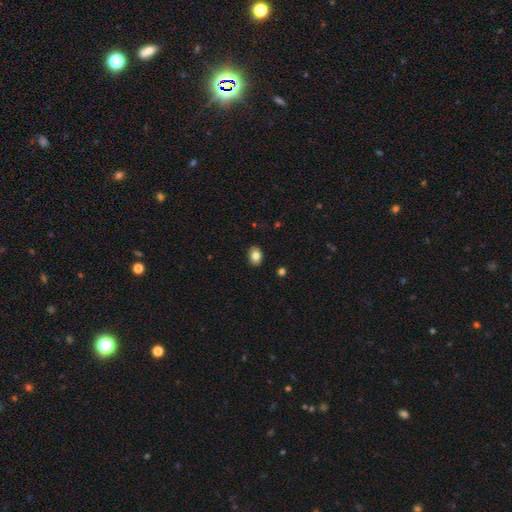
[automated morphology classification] smooth-or-featured: smooth: 82% | featured or disk: 9% | star or artifact: 9%
  how-rounded: in between: 69% | round: 30% | cigar-shaped: 1%
  merging: none: 89% | minor disturbance: 8% | major disturbance: 2% | merger: 1%